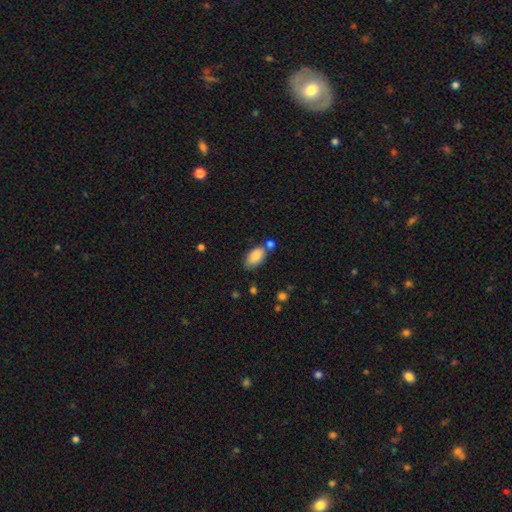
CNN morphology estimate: A smooth galaxy with no disk features (86%) that is in between round and cigar-shaped (93%).

Vote fractions:
- Smooth or featured? smooth: 86% / featured or disk: 7% / star or artifact: 7%
- How rounded? in between: 93% / round: 4% / cigar-shaped: 4%
- Merging? none: 61% / merger: 17% / minor disturbance: 17% / major disturbance: 4%